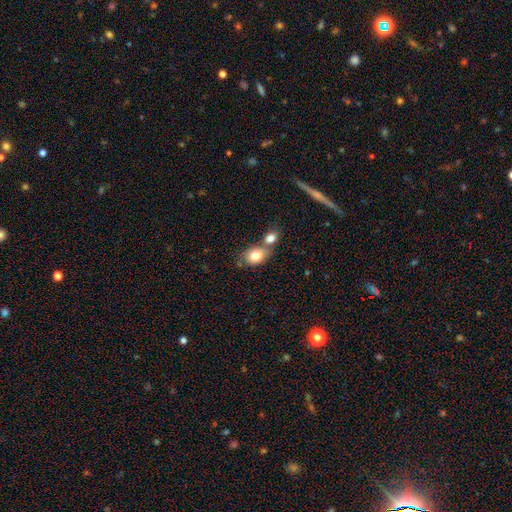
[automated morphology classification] This appears to be a smooth galaxy with no disk features (80%) that is in between round and cigar-shaped (66%). Merging: merger (47%).